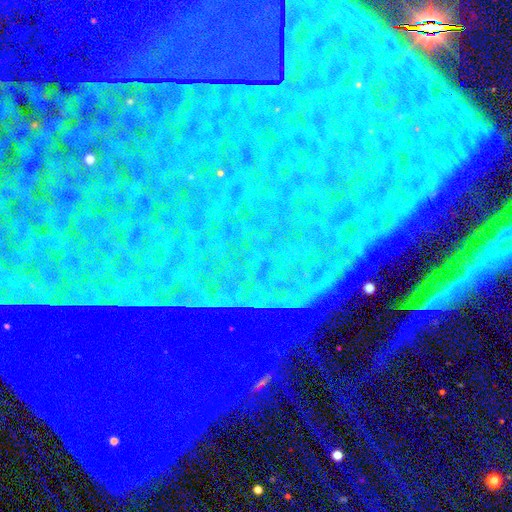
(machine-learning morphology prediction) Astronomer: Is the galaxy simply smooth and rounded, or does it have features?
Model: star or artifact — 87%.